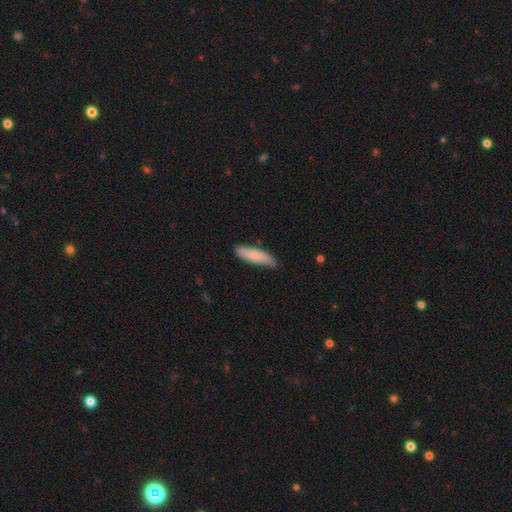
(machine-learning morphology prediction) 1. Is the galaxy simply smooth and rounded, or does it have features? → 77% smooth, 18% featured or disk, 5% star or artifact.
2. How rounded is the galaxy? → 56% cigar-shaped, 43% in between, 2% round.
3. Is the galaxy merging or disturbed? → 72% none, 24% minor disturbance, 3% major disturbance, 2% merger.